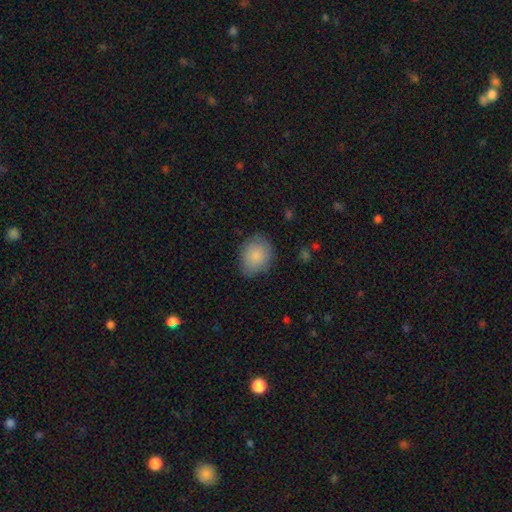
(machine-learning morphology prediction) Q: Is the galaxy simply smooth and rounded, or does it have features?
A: smooth — 86%.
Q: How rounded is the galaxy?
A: round — 52%.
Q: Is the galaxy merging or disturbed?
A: none — 77%.